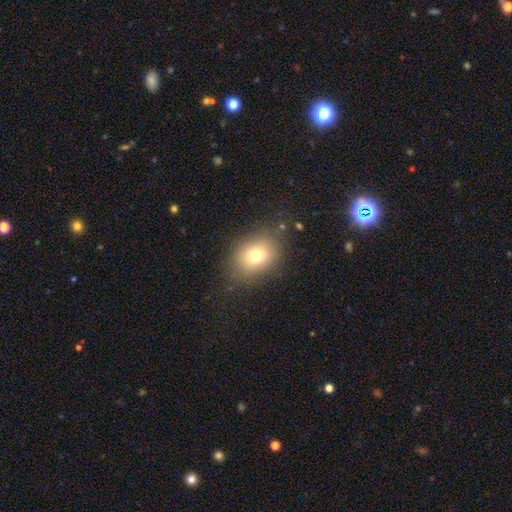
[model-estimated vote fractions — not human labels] Smooth or featured: smooth — 73% (featured or disk — 14%)
How rounded: in between — 58% (round — 41%)
Merging: none — 78% (minor disturbance — 14%)